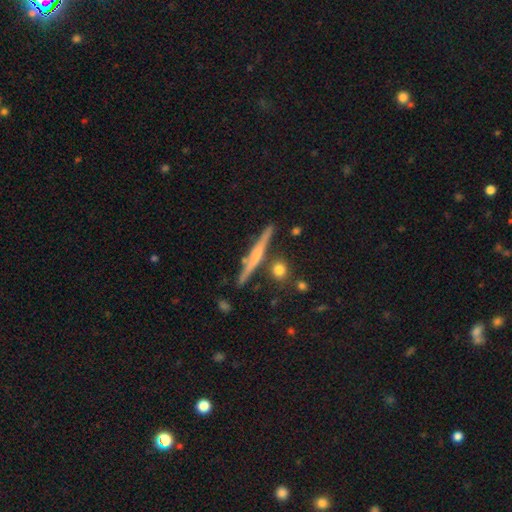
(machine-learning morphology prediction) featured or disk 65%, smooth 28%, star or artifact 7%. Down the decision tree: edge-on disk — yes (97%); edge-on bulge — rounded (43%); merging — none (84%).